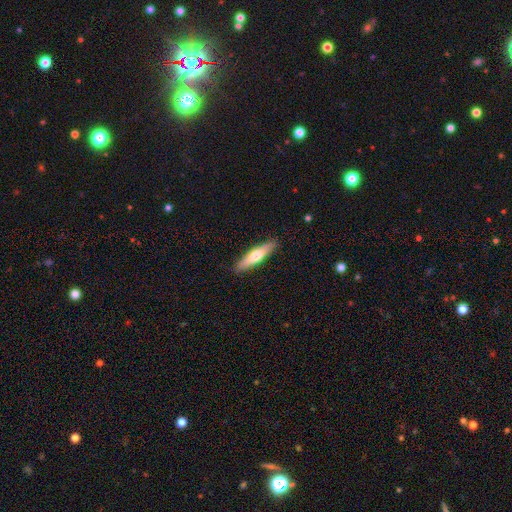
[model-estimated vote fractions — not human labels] smooth-or-featured: smooth: 57% | featured or disk: 38% | star or artifact: 5%
  how-rounded: cigar-shaped: 80% | in between: 19% | round: 2%
  merging: none: 89% | minor disturbance: 8% | major disturbance: 2% | merger: 1%